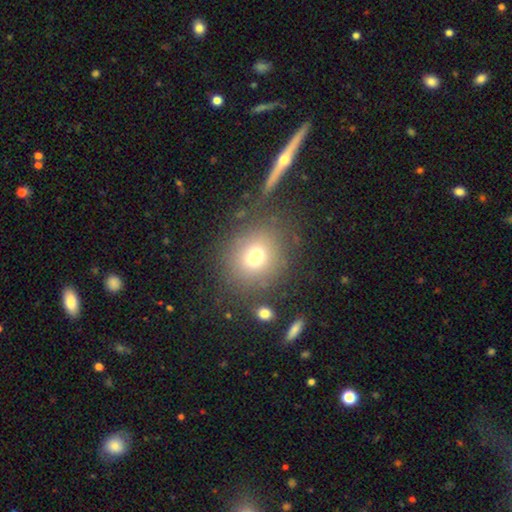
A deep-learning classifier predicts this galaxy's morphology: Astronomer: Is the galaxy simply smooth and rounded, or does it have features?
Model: smooth — 66%.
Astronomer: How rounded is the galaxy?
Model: round — 82%.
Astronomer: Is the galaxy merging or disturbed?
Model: none — 57%.